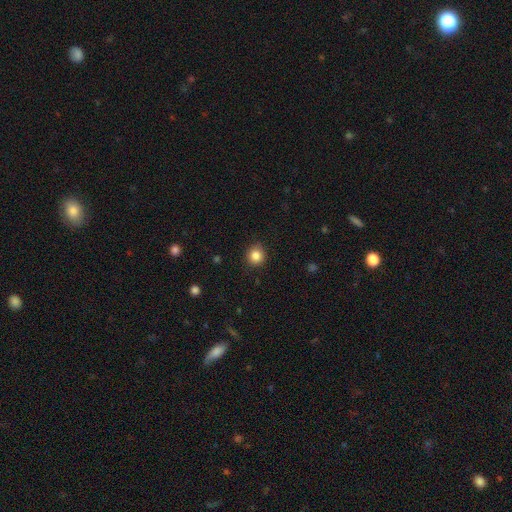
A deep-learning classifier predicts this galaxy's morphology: Smooth or featured? smooth (85%)
How rounded? round (89%)
Merging? none (89%)